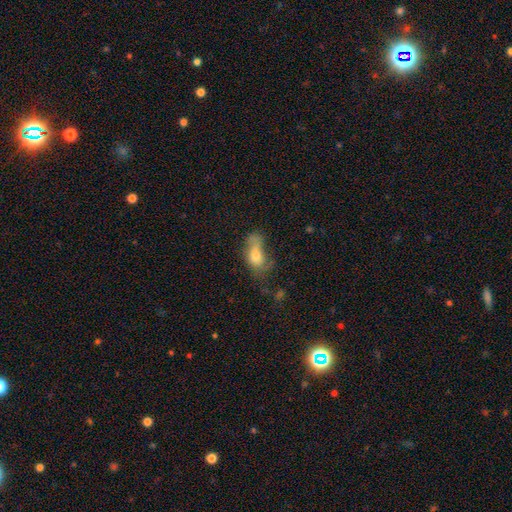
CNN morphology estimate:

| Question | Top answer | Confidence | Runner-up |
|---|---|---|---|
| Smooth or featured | smooth | 64% | featured or disk (25%) |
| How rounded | in between | 81% | round (13%) |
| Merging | major disturbance | 36% | minor disturbance (27%) |